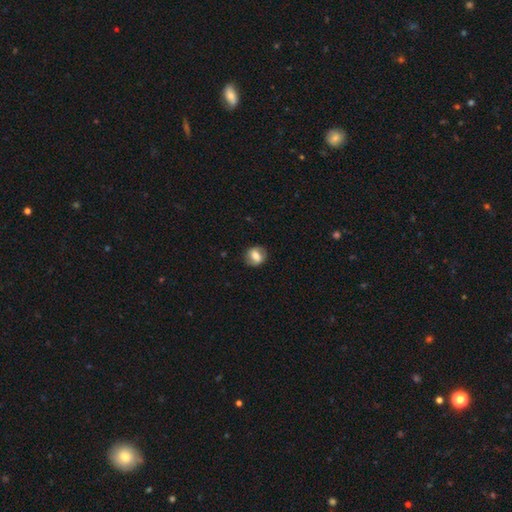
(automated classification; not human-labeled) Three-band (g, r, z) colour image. It shows a smooth galaxy with no disk features (64%) that is round (61%). Merging: none (83%).